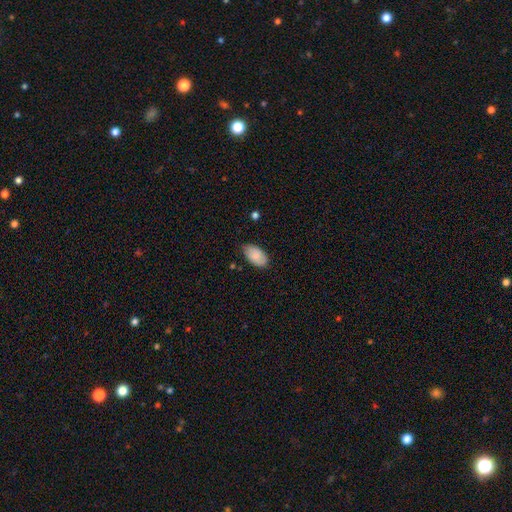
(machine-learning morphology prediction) Q: Smooth or featured?
A: smooth (84%); runner-up: featured or disk (9%)
Q: How rounded?
A: in between (95%); runner-up: round (4%)
Q: Merging?
A: none (71%); runner-up: minor disturbance (24%)